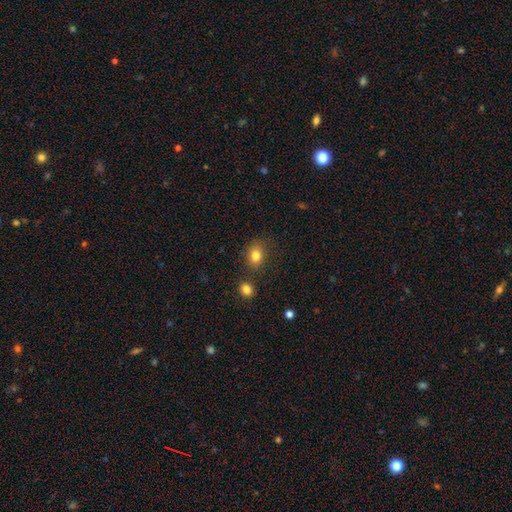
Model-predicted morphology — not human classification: smooth_or_featured: smooth (p=0.81) [alt: star or artifact p=0.11]
how_rounded: in between (p=0.50) [alt: round p=0.49]
merging: none (p=0.77) [alt: minor disturbance p=0.13]